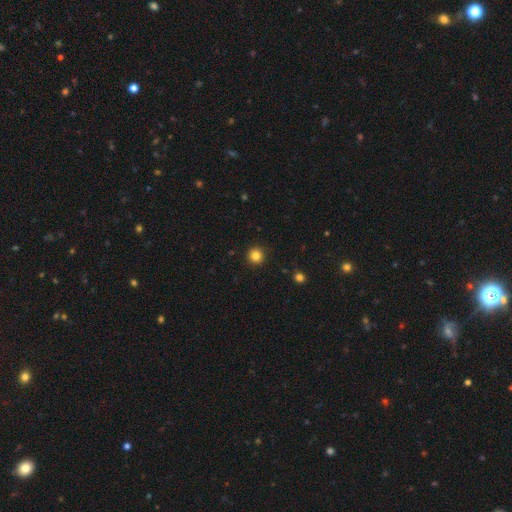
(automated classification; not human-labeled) A smooth galaxy with no disk features (83%) that is round (95%).

Vote fractions:
- Smooth or featured? smooth: 83% / star or artifact: 12% / featured or disk: 5%
- How rounded? round: 95% / in between: 4% / cigar-shaped: 1%
- Merging? none: 92% / minor disturbance: 5% / major disturbance: 2% / merger: 1%